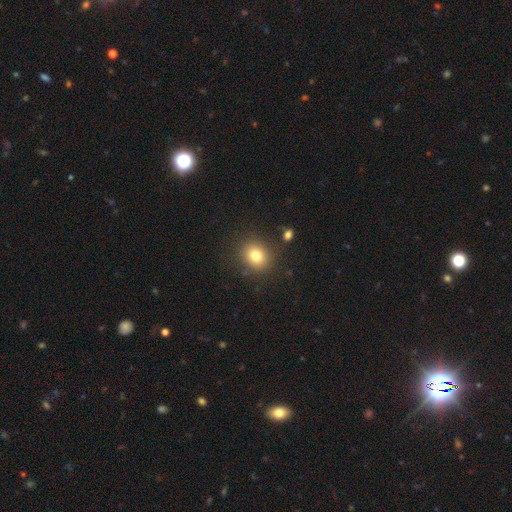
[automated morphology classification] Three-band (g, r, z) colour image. It shows a smooth galaxy with no disk features (79%) that is round (77%). Merging: none (85%).